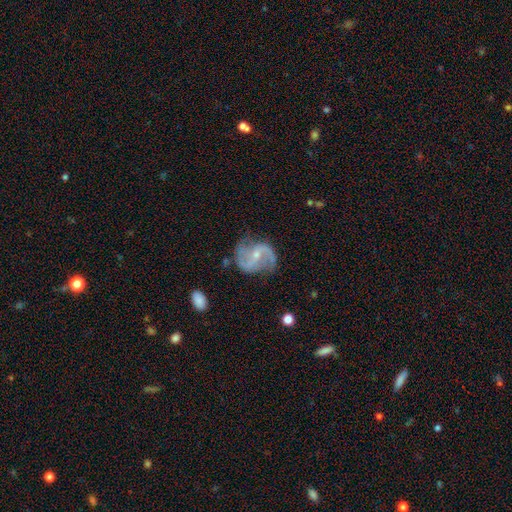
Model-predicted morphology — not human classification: type=featured or disk (87%); edge-on=no (98%); bar=weak (44%); spiral arms=yes (96%); winding=loose (46%); arm count=2 (89%); bulge=small (68%); merging=none (70%).